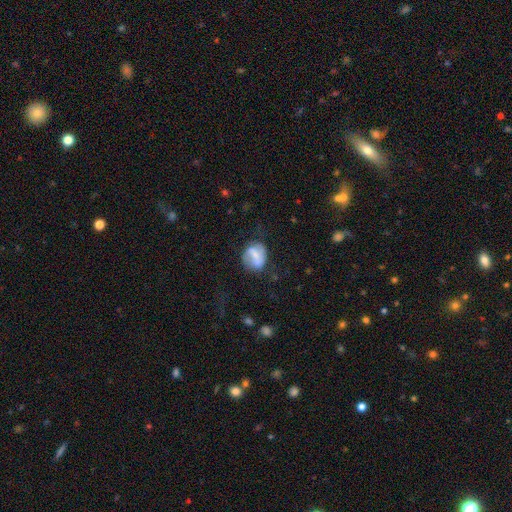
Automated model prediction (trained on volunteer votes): A smooth galaxy with no disk features (48%).

Vote fractions:
- Smooth or featured? smooth: 48% / featured or disk: 44% / star or artifact: 8%
- Merging? none: 54% / minor disturbance: 26% / major disturbance: 15% / merger: 5%